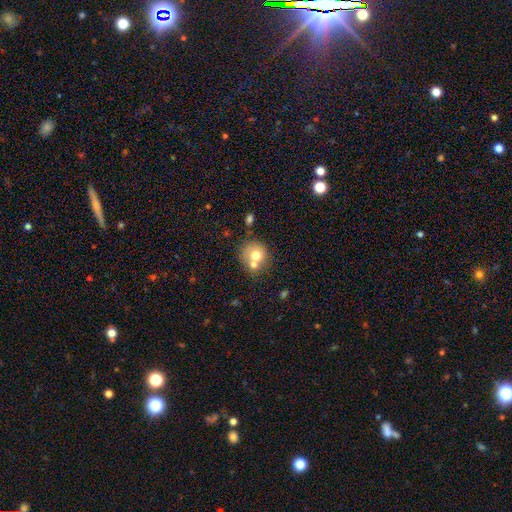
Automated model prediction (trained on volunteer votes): smooth_or_featured: smooth (p=0.69) [alt: featured or disk p=0.21]
how_rounded: round (p=0.83) [alt: in between p=0.16]
merging: none (p=0.44) [alt: merger p=0.42]